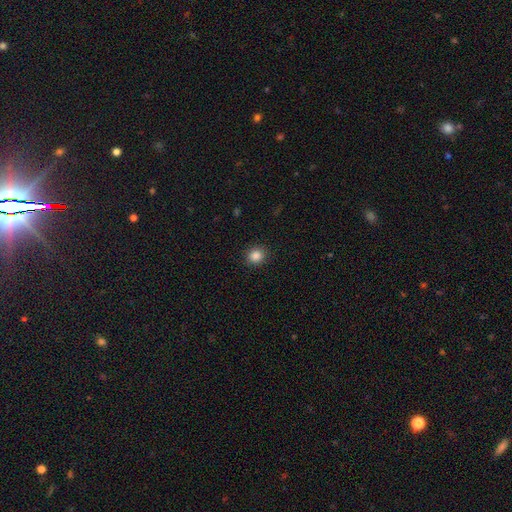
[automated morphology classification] smooth-or-featured: smooth: 85% | star or artifact: 10% | featured or disk: 4%
  how-rounded: round: 79% | in between: 20% | cigar-shaped: 1%
  merging: none: 91% | minor disturbance: 6% | major disturbance: 2% | merger: 1%